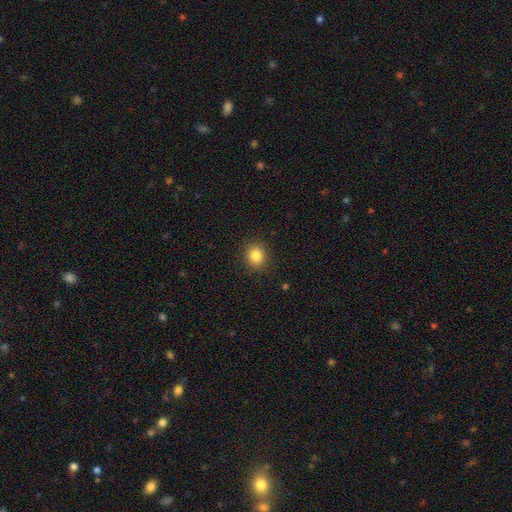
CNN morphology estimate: This is clearly a smooth galaxy (84%). How rounded: likely round (78%). Merging: clearly none (90%).